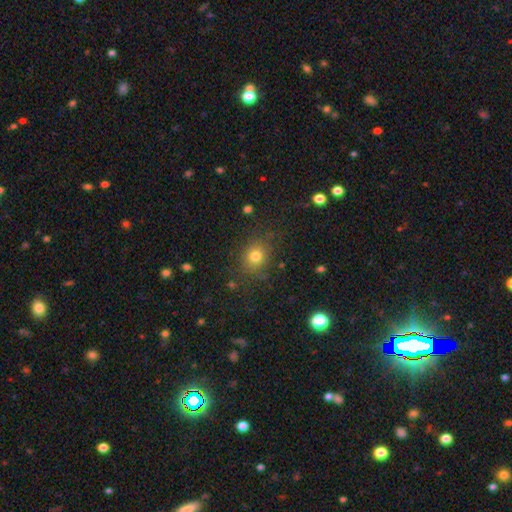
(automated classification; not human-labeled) Smooth or featured? Predicted: smooth (p=0.77). How rounded? Predicted: round (p=0.74). Merging? Predicted: none (p=0.80).